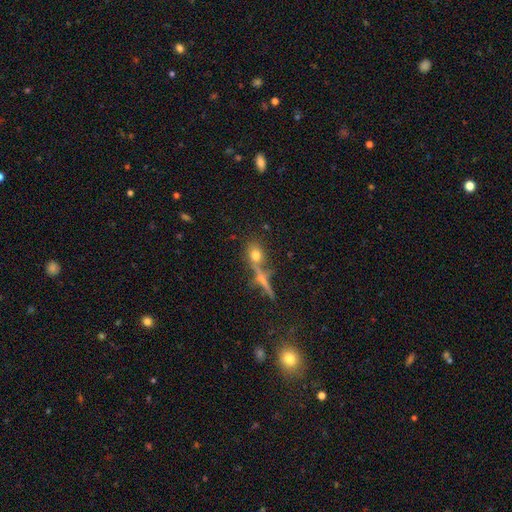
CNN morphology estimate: smooth 61%, featured or disk 21%, star or artifact 18%. Down the decision tree: how rounded — round (49%); merging — none (55%).